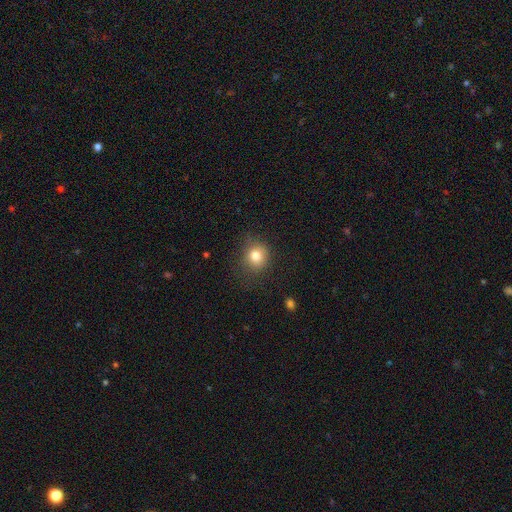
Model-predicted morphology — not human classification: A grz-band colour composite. It shows a smooth galaxy with no disk features (81%) that is round (82%). Merging: none (80%).